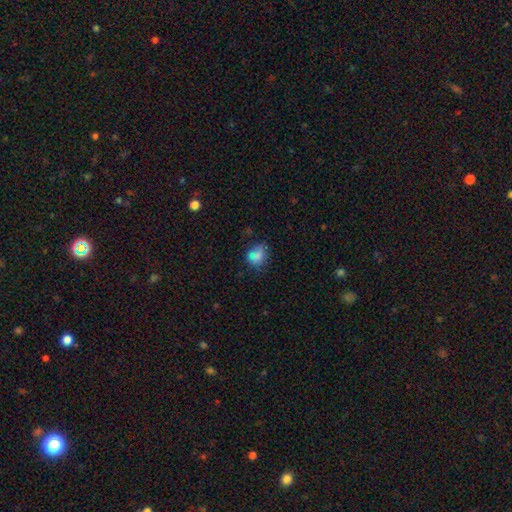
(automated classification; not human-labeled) smooth-or-featured: smooth: 80% | star or artifact: 11% | featured or disk: 9%
  how-rounded: in between: 50% | round: 49% | cigar-shaped: 1%
  merging: none: 56% | minor disturbance: 29% | major disturbance: 10% | merger: 5%